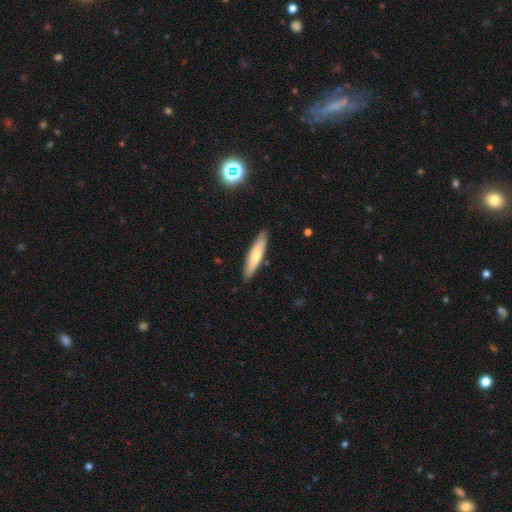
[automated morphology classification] The model was most divided on "smooth or featured": smooth: 62%, featured or disk: 33%, star or artifact: 5%. More confident: merging — none (87%); how rounded — cigar-shaped (81%).